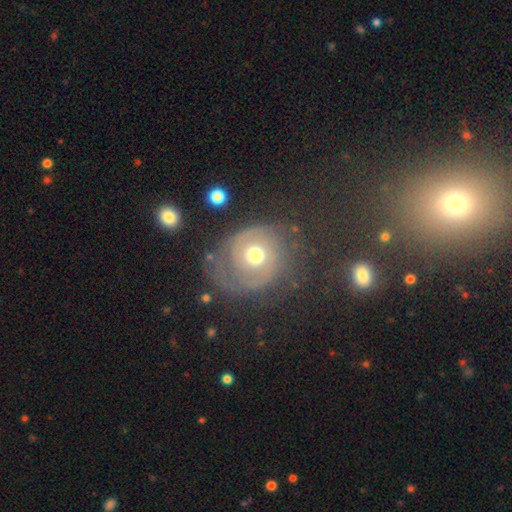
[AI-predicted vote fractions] This is possibly a featured or disk galaxy (58%). It is clearly not viewed edge-on (96%). Bar: clearly no (82%). Spiral arm pattern: likely yes (66%). Central bulge: likely moderate (71%). Merging: possibly none (53%).